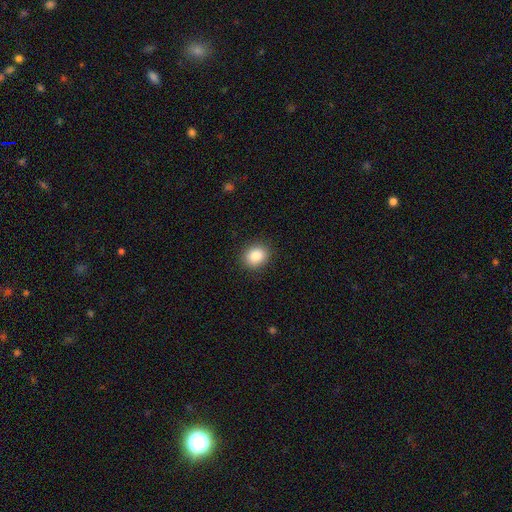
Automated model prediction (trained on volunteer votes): smooth 86%, star or artifact 9%, featured or disk 5%. Down the decision tree: how rounded — round (61%); merging — none (90%).